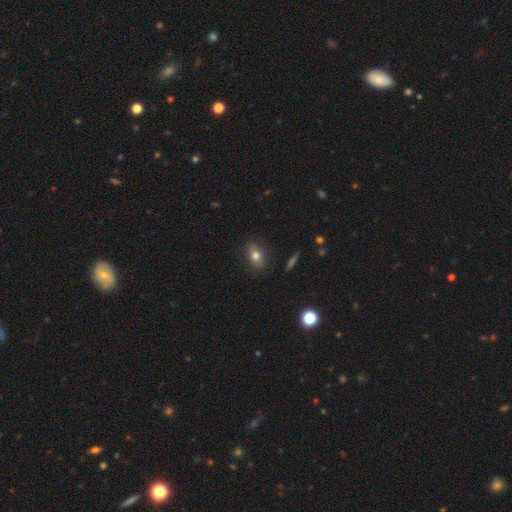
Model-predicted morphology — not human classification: This is likely a smooth galaxy (76%). How rounded: likely in between (70%). Merging: clearly none (86%).